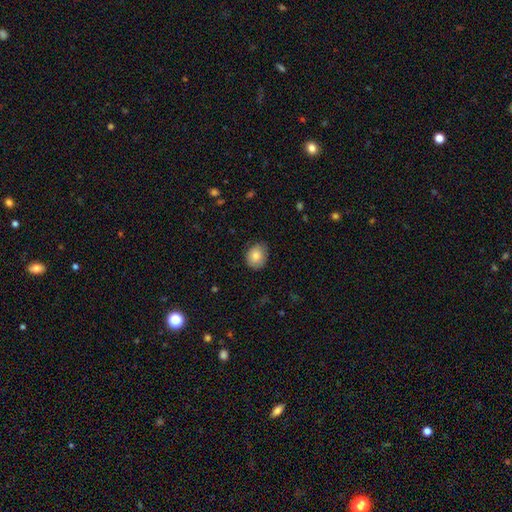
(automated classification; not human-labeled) smooth 84%, featured or disk 8%, star or artifact 8%. Down the decision tree: how rounded — round (63%); merging — none (78%).